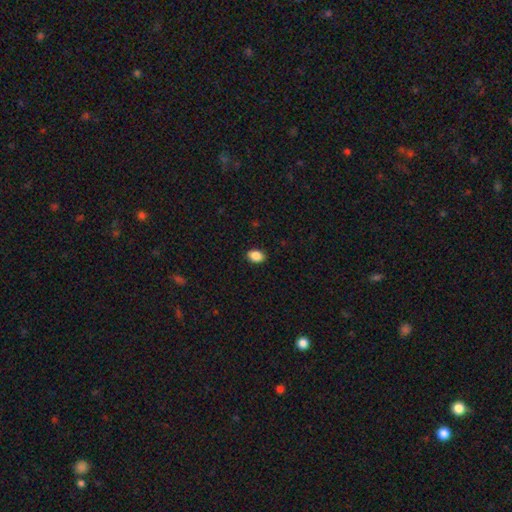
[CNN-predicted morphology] smooth-or-featured: smooth: 89% | star or artifact: 8% | featured or disk: 3%
  how-rounded: in between: 82% | round: 17% | cigar-shaped: 1%
  merging: none: 89% | minor disturbance: 8% | major disturbance: 2% | merger: 1%